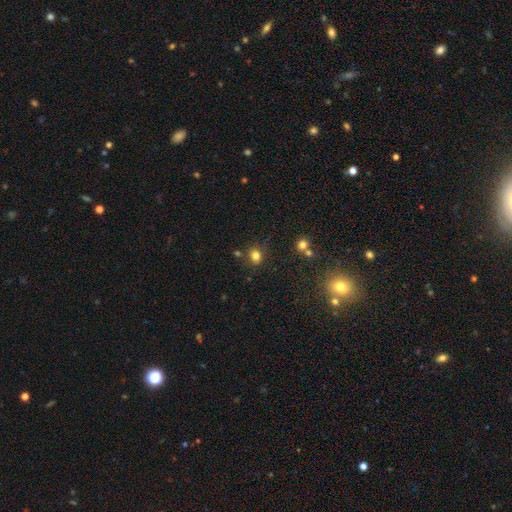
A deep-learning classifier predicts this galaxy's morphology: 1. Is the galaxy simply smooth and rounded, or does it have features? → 79% smooth, 15% star or artifact, 6% featured or disk.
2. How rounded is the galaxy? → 70% round, 29% in between, 1% cigar-shaped.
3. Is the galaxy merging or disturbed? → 78% none, 12% minor disturbance, 6% merger, 3% major disturbance.